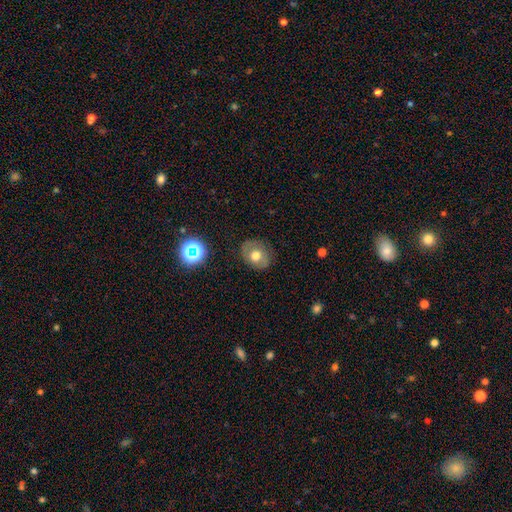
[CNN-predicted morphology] smooth 65%, featured or disk 23%, star or artifact 12%. Down the decision tree: how rounded — round (57%); merging — none (83%).